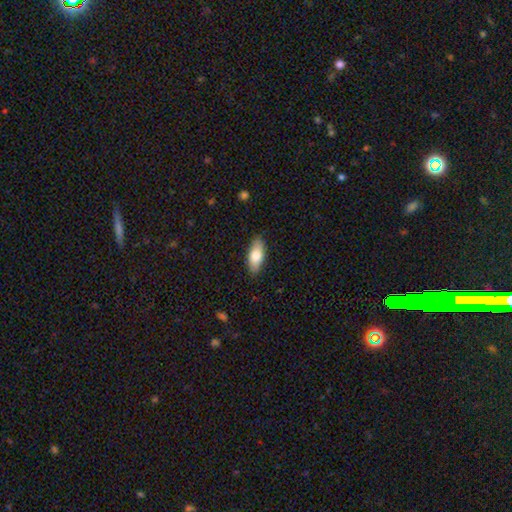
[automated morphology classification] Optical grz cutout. It shows a smooth galaxy with no disk features (80%) that is in between round and cigar-shaped (85%). Merging: none (87%).